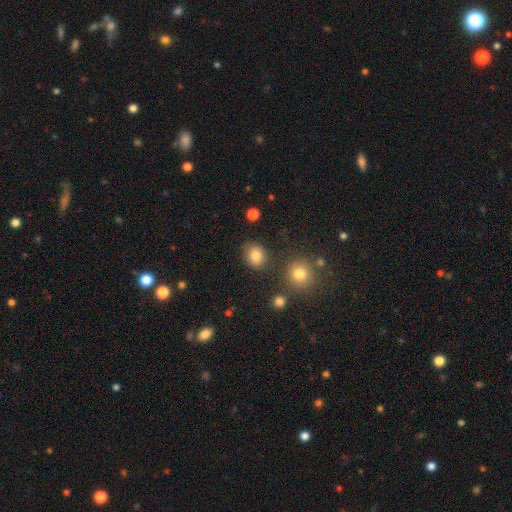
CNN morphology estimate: Overall: smooth (81%). How rounded: round (61%; in between 38%). Merging: none (82%).